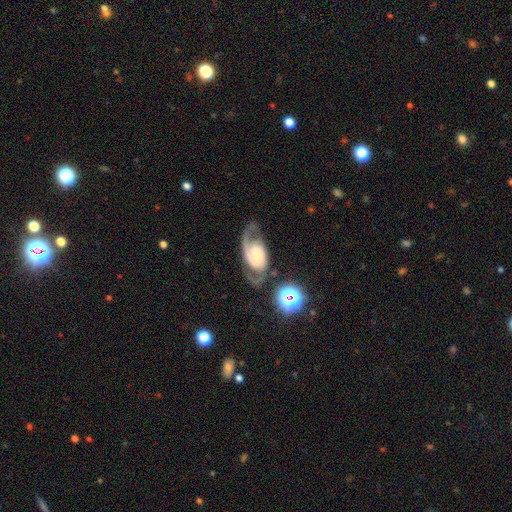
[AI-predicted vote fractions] The model was most divided on "bulge size": none: 34%, small: 31%, moderate: 16%, large: 14%, dominant: 5%. Remaining: edge-on disk — no (97%); spiral arms — yes (96%); spiral arm count — 2 (88%); smooth or featured — featured or disk (83%); merging — none (63%); spiral winding — medium (54%); bar — weak (43%).